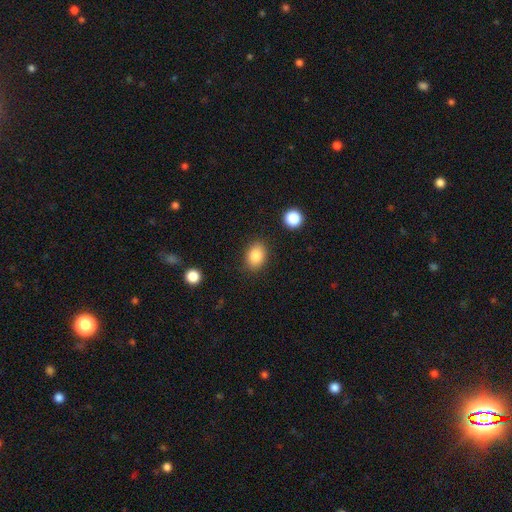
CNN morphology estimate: The model was most divided on "how rounded": in between: 71%, round: 28%, cigar-shaped: 1%. More confident: smooth or featured — smooth (85%); merging — none (85%).